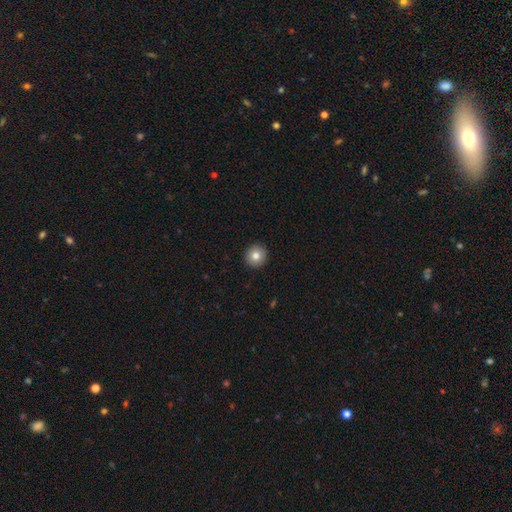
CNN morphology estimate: Smooth or featured? Predicted: smooth (p=0.80). How rounded? Predicted: round (p=0.94). Merging? Predicted: none (p=0.93).